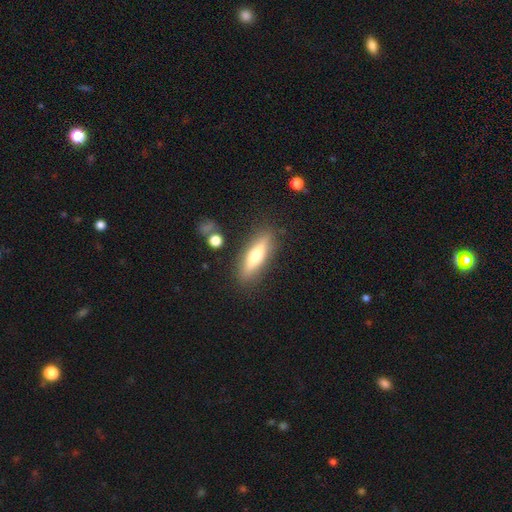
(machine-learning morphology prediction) Overall: smooth (56%; featured or disk 38%). How rounded: cigar-shaped (59%; in between 38%). Merging: none (85%).